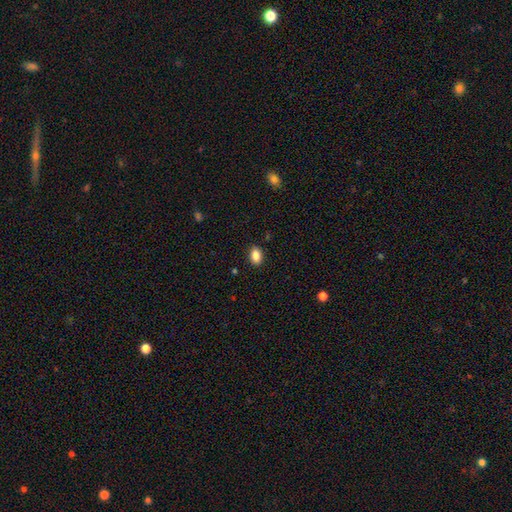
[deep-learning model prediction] This is clearly a smooth galaxy (86%). How rounded: clearly in between (83%). Merging: clearly none (89%).